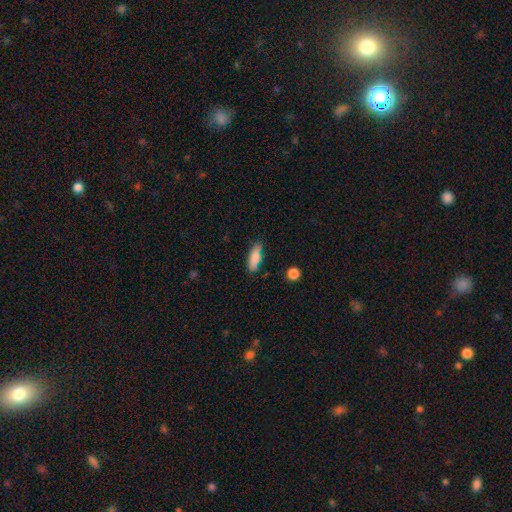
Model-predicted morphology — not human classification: This is clearly a smooth galaxy (83%). How rounded: possibly in between (56%). Merging: likely none (75%).